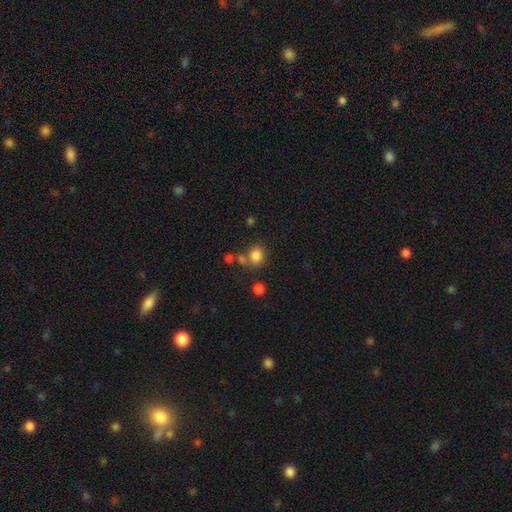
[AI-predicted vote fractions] Overall: smooth (83%). How rounded: round (68%; in between 31%). Merging: none (65%).